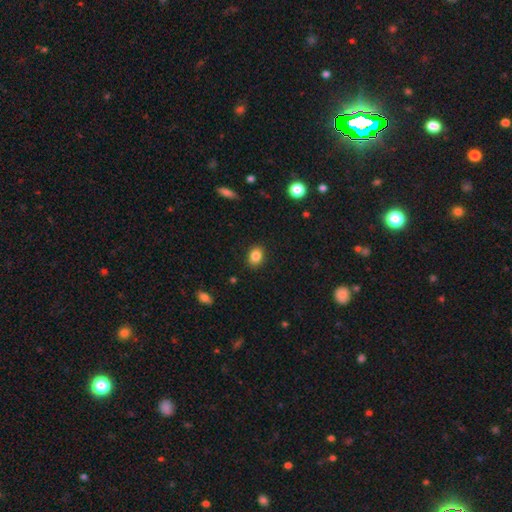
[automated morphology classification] A smooth galaxy with no disk features (85%) that is in between round and cigar-shaped (64%). Merging: none (88%).